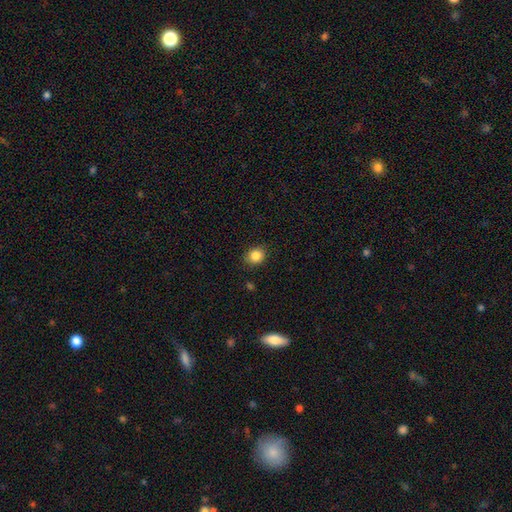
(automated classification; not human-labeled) smooth-or-featured: smooth: 85% | star or artifact: 10% | featured or disk: 5%
  how-rounded: round: 68% | in between: 31% | cigar-shaped: 1%
  merging: none: 87% | minor disturbance: 10% | major disturbance: 2% | merger: 1%